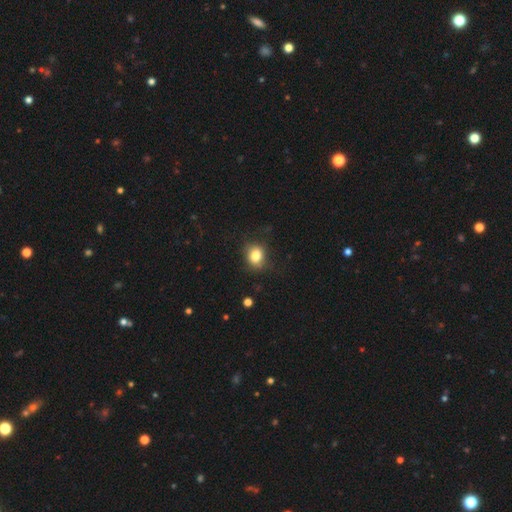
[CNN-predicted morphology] Q: Smooth or featured?
A: smooth (82%); runner-up: star or artifact (11%)
Q: How rounded?
A: round (61%); runner-up: in between (38%)
Q: Merging?
A: none (76%); runner-up: minor disturbance (18%)